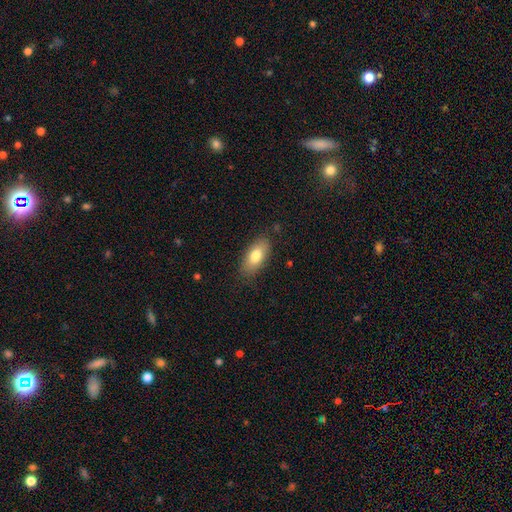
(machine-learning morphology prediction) A smooth galaxy with no disk features (77%) that is in between round and cigar-shaped (87%).

Vote fractions:
- Smooth or featured? smooth: 77% / featured or disk: 16% / star or artifact: 7%
- How rounded? in between: 87% / cigar-shaped: 9% / round: 4%
- Merging? none: 83% / minor disturbance: 13% / major disturbance: 3% / merger: 1%